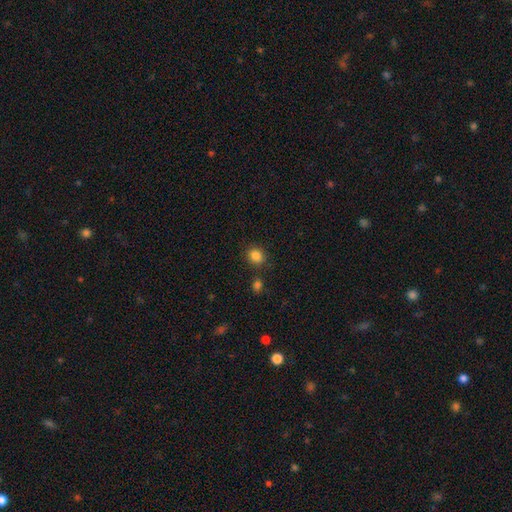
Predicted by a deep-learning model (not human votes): Morphology: type=smooth (85%); roundness=round (74%); merging=none (82%).